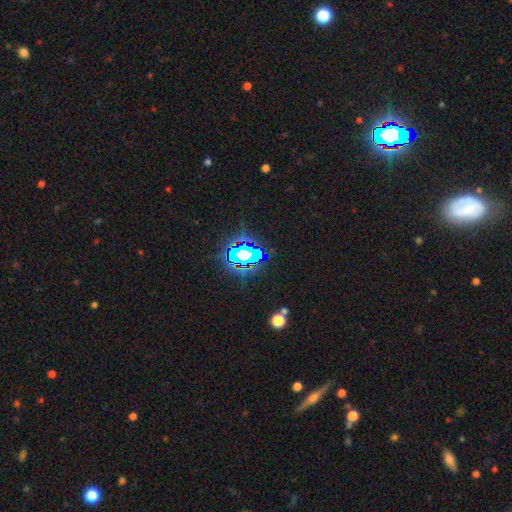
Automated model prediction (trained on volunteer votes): Smooth or featured? star or artifact (81%)